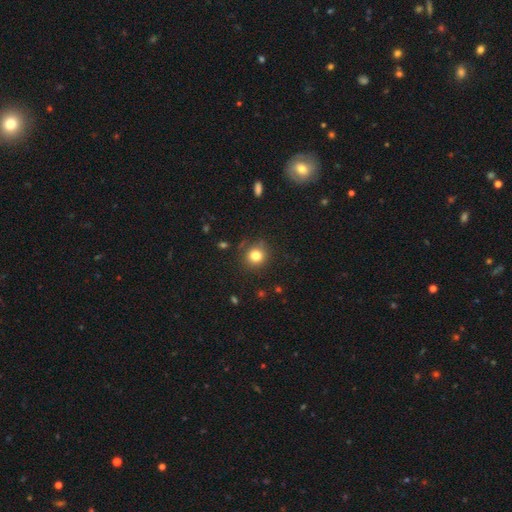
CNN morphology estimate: Q: Smooth or featured?
A: smooth (80%); runner-up: star or artifact (13%)
Q: How rounded?
A: round (89%); runner-up: in between (10%)
Q: Merging?
A: none (85%); runner-up: minor disturbance (10%)